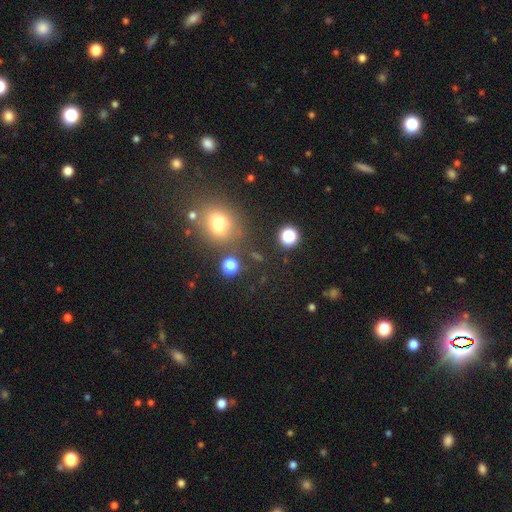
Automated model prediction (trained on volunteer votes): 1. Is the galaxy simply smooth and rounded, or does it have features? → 57% smooth, 34% star or artifact, 9% featured or disk.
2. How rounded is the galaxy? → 71% round, 28% in between, 2% cigar-shaped.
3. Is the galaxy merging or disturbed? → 76% none, 11% minor disturbance, 8% merger, 5% major disturbance.